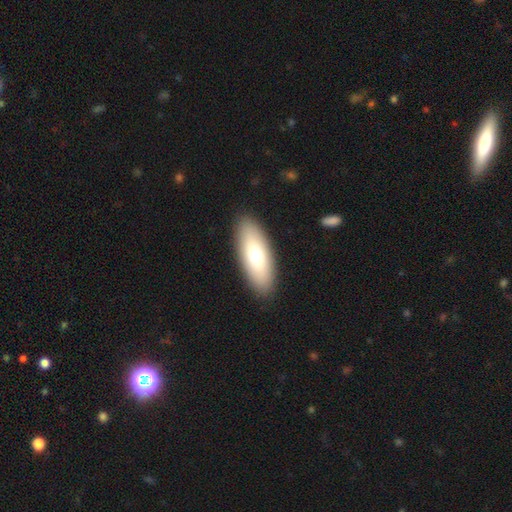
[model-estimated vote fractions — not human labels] smooth 73%, featured or disk 22%, star or artifact 6%. Down the decision tree: how rounded — in between (74%); merging — none (90%).